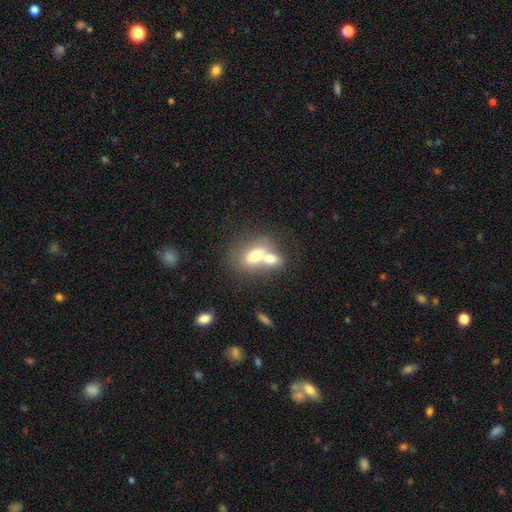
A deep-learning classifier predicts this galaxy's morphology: The model was most divided on "smooth or featured": smooth: 66%, featured or disk: 26%, star or artifact: 8%. More confident: how rounded — in between (78%); merging — merger (70%).